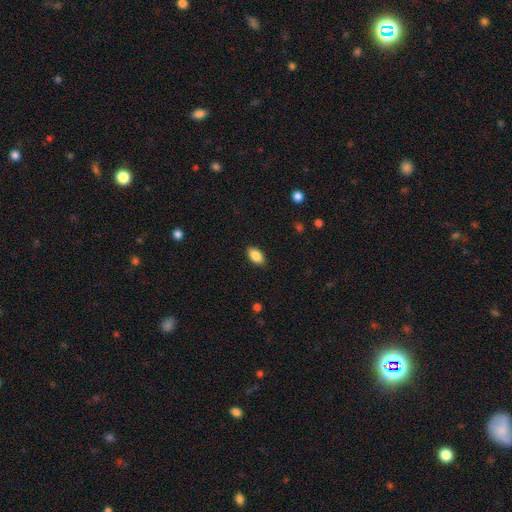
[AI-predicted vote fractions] Morphology: type=smooth (87%); roundness=in between (93%); merging=none (88%).